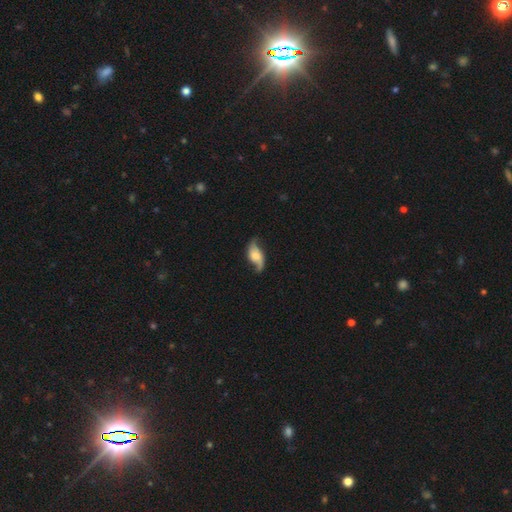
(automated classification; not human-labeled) smooth_or_featured: featured or disk (p=0.73) [alt: smooth p=0.20]
disk_edge_on: no (p=0.92) [alt: yes p=0.08]
bar: no (p=0.58) [alt: weak p=0.32]
has_spiral_arms: yes (p=0.94) [alt: no p=0.06]
spiral_winding: loose (p=0.78) [alt: medium p=0.16]
spiral_arm_count: 2 (p=0.90) [alt: 1 p=0.04]
bulge_size: moderate (p=0.31) [alt: large p=0.24]
merging: none (p=0.70) [alt: minor disturbance p=0.20]